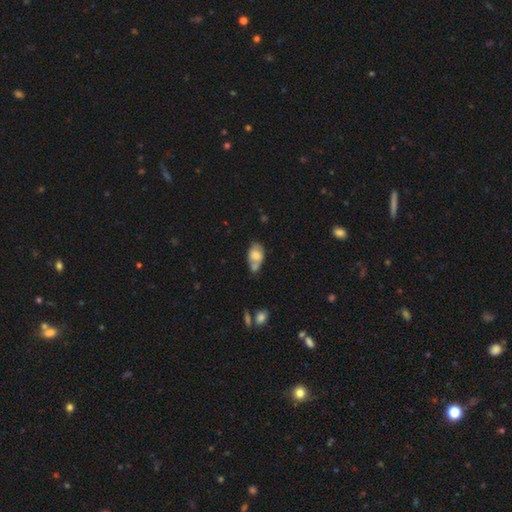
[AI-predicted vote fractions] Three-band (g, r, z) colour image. It shows a smooth galaxy with no disk features (72%) that is in between round and cigar-shaped (85%). Merging: merger (40%).